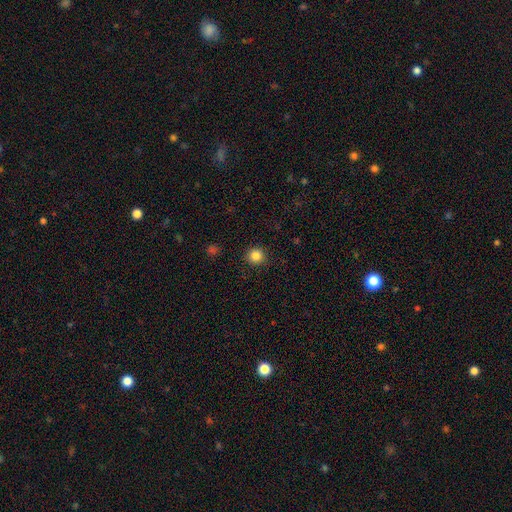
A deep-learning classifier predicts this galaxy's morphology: smooth 85%, star or artifact 11%, featured or disk 4%. Down the decision tree: how rounded — round (94%); merging — none (91%).